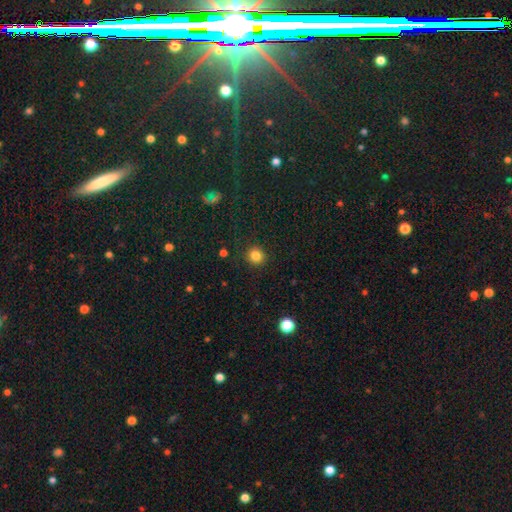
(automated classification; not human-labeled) This appears to be a smooth galaxy with no disk features (83%) that is round (90%). Merging: none (89%).